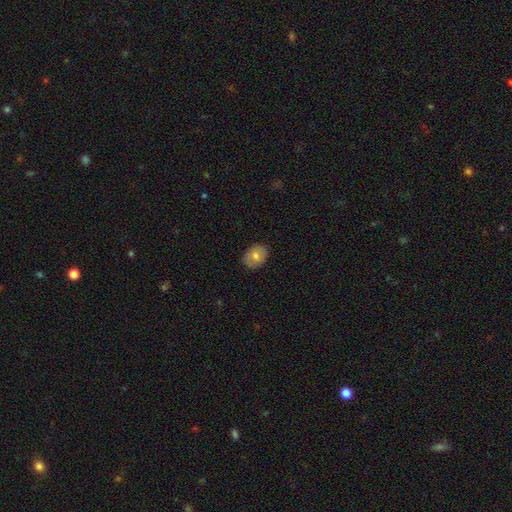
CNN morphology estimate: Smooth or featured? Predicted: smooth (p=0.74). How rounded? Predicted: in between (p=0.62). Merging? Predicted: none (p=0.85).